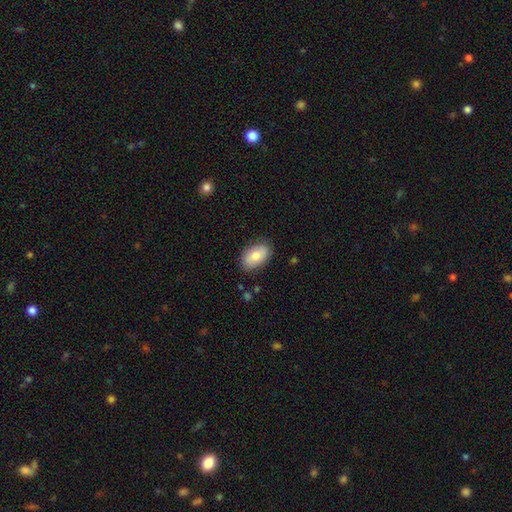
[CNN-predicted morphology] Overall: smooth (79%). How rounded: in between (92%). Merging: none (84%).